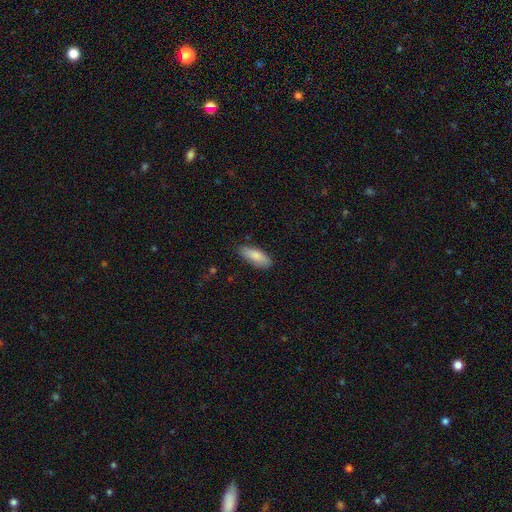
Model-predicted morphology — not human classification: Smooth or featured? Predicted: smooth (p=0.85). How rounded? Predicted: in between (p=0.73). Merging? Predicted: none (p=0.83).